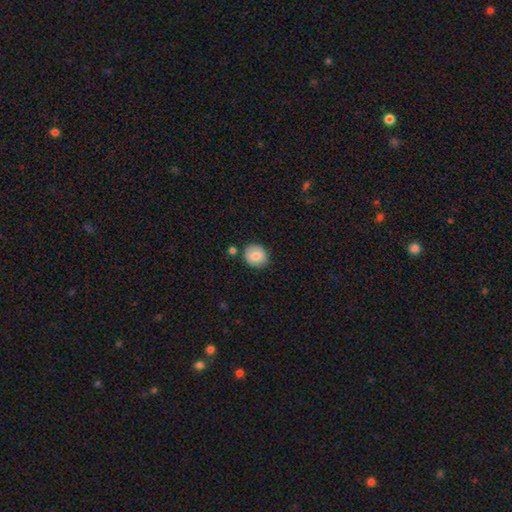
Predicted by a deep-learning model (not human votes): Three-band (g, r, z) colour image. It shows a smooth galaxy with no disk features (83%) that is round (76%). Merging: none (77%).